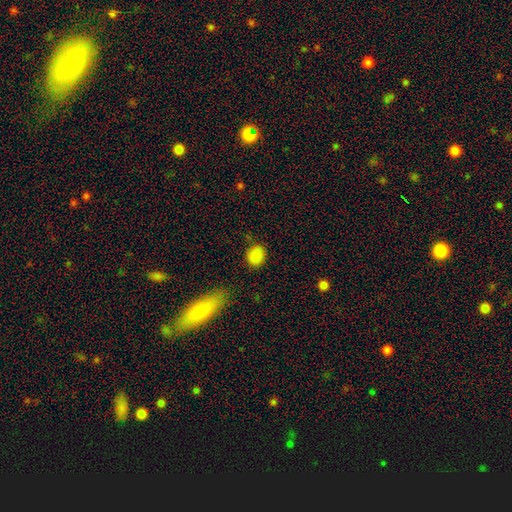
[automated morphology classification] smooth-or-featured: smooth: 87% | star or artifact: 10% | featured or disk: 4%
  how-rounded: round: 56% | in between: 43% | cigar-shaped: 1%
  merging: none: 83% | minor disturbance: 12% | major disturbance: 3% | merger: 2%